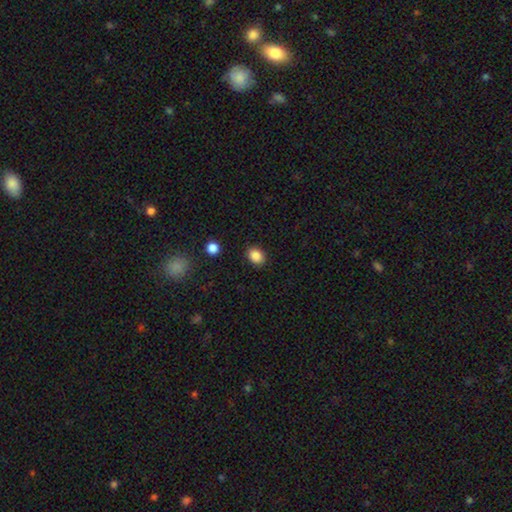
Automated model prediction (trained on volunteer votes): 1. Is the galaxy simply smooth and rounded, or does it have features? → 87% smooth, 9% star or artifact, 4% featured or disk.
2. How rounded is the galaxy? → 59% in between, 40% round, 1% cigar-shaped.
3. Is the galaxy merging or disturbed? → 88% none, 8% minor disturbance, 2% major disturbance, 1% merger.